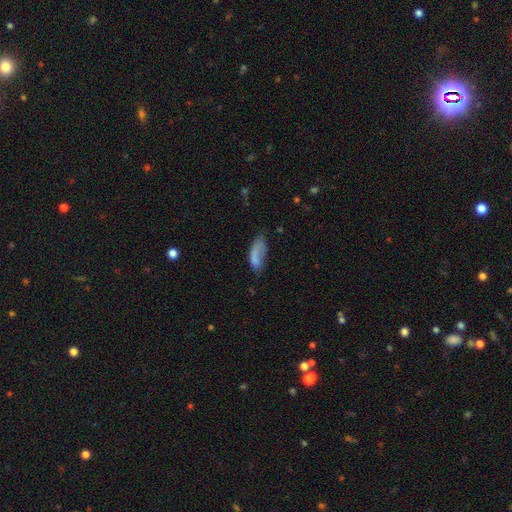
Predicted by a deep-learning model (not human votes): smooth-or-featured: smooth: 73% | featured or disk: 18% | star or artifact: 9%
  how-rounded: in between: 81% | cigar-shaped: 16% | round: 2%
  merging: none: 39% | minor disturbance: 31% | major disturbance: 24% | merger: 6%